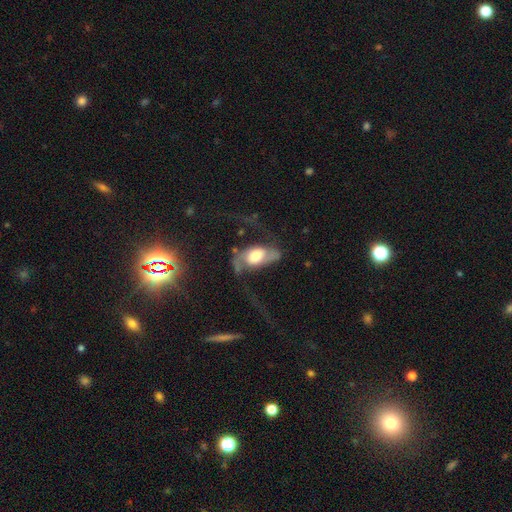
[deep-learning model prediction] Smooth or featured? Predicted: featured or disk (p=0.74). Edge-on disk? Predicted: no (p=0.91). Bar? Predicted: no (p=0.53). Spiral arms? Predicted: yes (p=0.88). Spiral winding? Predicted: loose (p=0.69). Spiral arm count? Predicted: 2 (p=0.88). Bulge size? Predicted: moderate (p=0.44). Merging? Predicted: major disturbance (p=0.40).